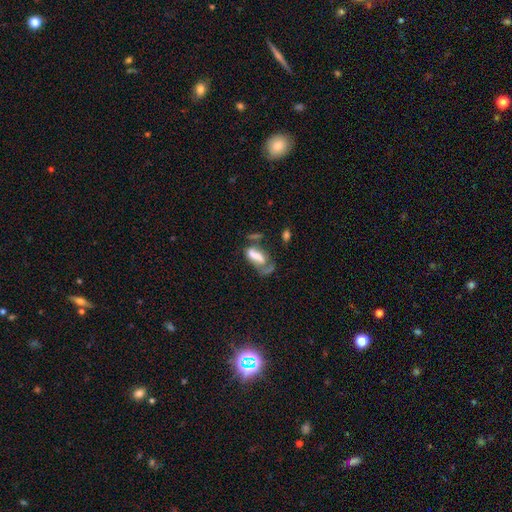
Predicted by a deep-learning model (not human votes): This is possibly a smooth galaxy (53%). How rounded: likely in between (80%). Merging: marginally major disturbance (42%).